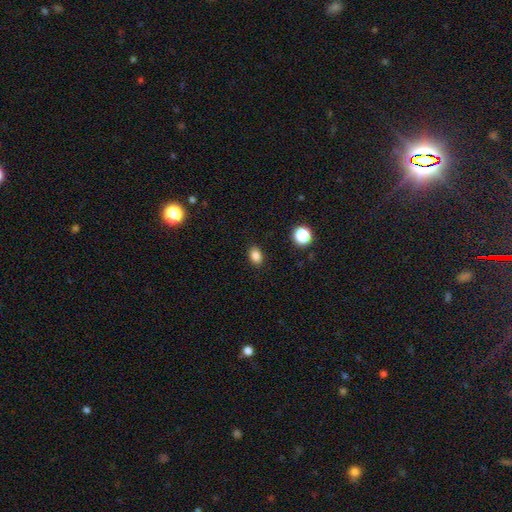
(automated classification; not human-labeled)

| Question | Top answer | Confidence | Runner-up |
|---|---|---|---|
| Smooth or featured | smooth | 85% | star or artifact (11%) |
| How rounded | in between | 74% | round (25%) |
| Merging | none | 89% | minor disturbance (8%) |